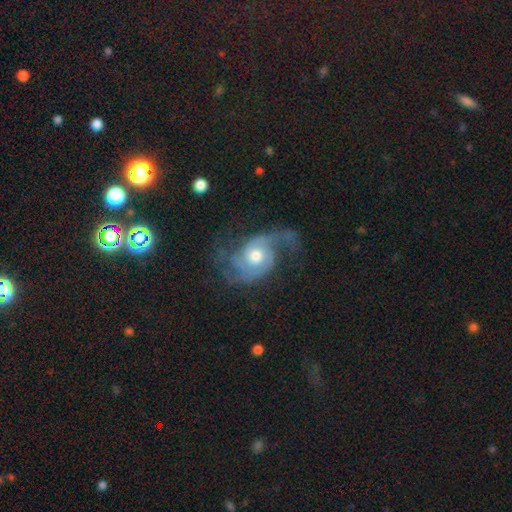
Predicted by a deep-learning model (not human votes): Smooth or featured?
  - featured or disk: 85% *
  - smooth: 9%
  - star or artifact: 6%
Edge-on disk?
  - no: 97% *
  - yes: 3%
Bar?
  - no: 72% *
  - weak: 23%
  - strong: 4%
Spiral arms?
  - yes: 95% *
  - no: 5%
Spiral winding?
  - medium: 43% *
  - loose: 35%
  - tight: 22%
Spiral arm count?
  - 2: 66% *
  - can't tell: 11%
  - 3: 10%
  - 1: 8%
  - 4: 3%
  - more than 4: 3%
Bulge size?
  - moderate: 70% *
  - small: 19%
  - large: 8%
  - none: 1%
  - dominant: 1%
Merging?
  - none: 49% *
  - major disturbance: 27%
  - minor disturbance: 22%
  - merger: 2%